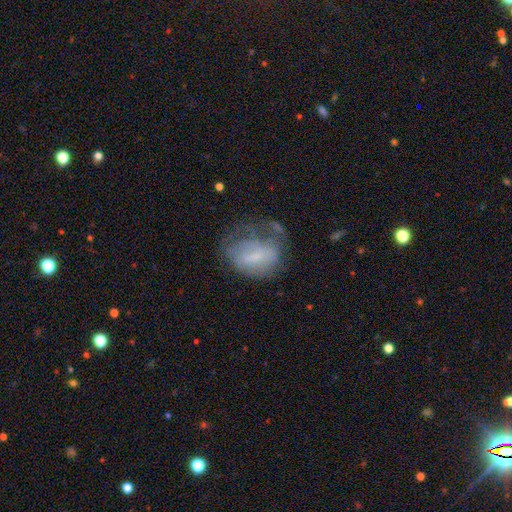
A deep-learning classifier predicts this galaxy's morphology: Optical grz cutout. It shows a smooth galaxy with no disk features (46%). Merging: major disturbance (37%).